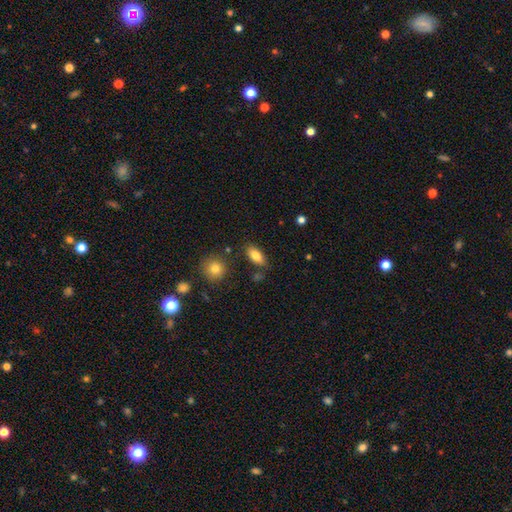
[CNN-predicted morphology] type=smooth (80%); roundness=in between (83%); merging=none (80%).